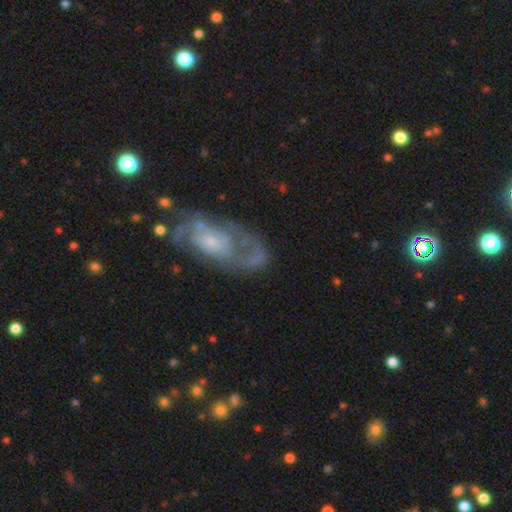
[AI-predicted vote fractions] A featured or disk galaxy (77%) with no bar (71%), 2 (46%) medium (42%) spiral arms (82%) and a small central bulge (51%). Merging: none (50%).